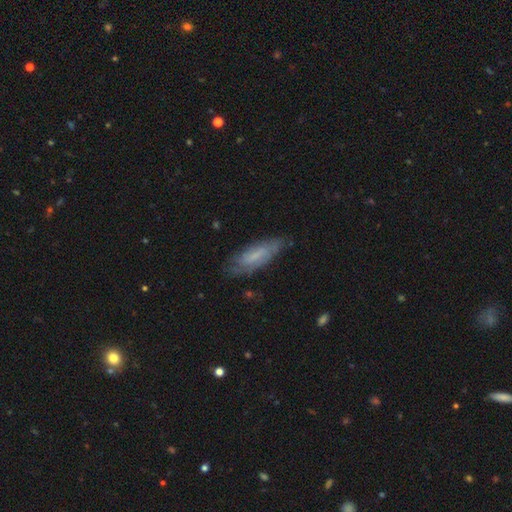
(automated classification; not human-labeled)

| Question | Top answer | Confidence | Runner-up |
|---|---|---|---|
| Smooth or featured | featured or disk | 47% | smooth (46%) |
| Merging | none | 68% | minor disturbance (23%) |